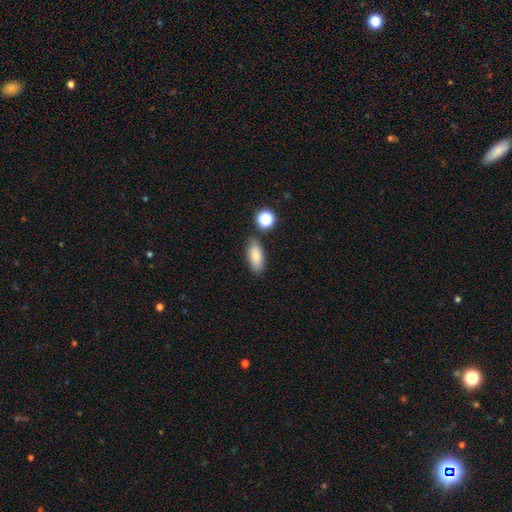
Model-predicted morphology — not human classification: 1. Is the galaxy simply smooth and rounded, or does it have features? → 84% smooth, 8% star or artifact, 8% featured or disk.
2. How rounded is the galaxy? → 81% in between, 16% cigar-shaped, 4% round.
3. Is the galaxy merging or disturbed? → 80% none, 12% minor disturbance, 6% merger, 3% major disturbance.